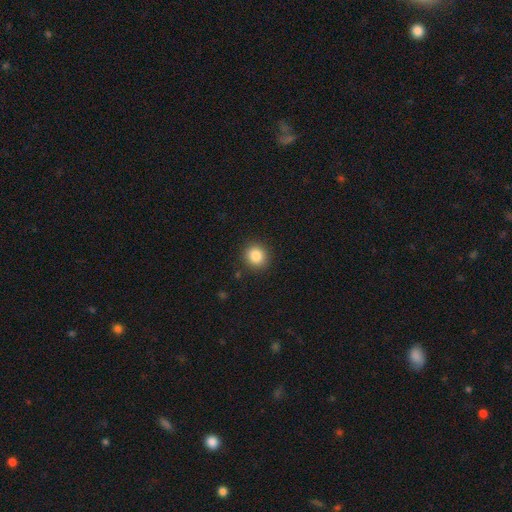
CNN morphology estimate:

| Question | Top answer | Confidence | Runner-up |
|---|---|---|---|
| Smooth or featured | smooth | 85% | star or artifact (10%) |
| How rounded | round | 84% | in between (15%) |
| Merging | none | 90% | minor disturbance (6%) |